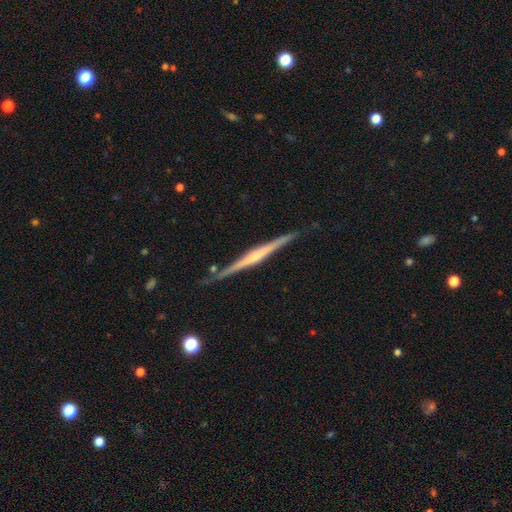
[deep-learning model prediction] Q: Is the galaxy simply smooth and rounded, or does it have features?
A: featured or disk — 81%.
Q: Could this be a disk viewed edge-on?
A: yes — 98%.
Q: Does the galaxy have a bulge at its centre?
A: rounded — 56%.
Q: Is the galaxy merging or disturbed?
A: none — 87%.